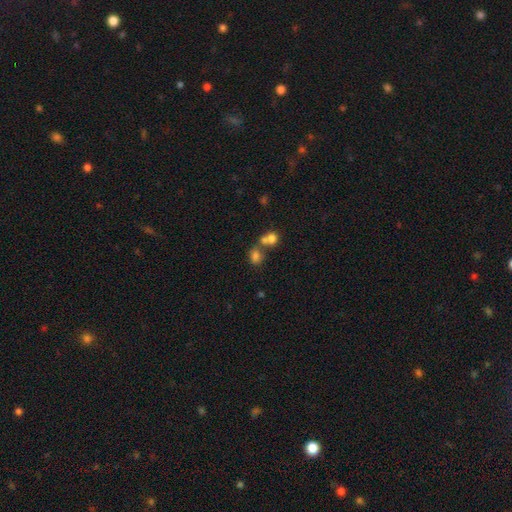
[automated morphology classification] smooth 71%, star or artifact 18%, featured or disk 11%. Down the decision tree: how rounded — round (63%); merging — merger (45%).